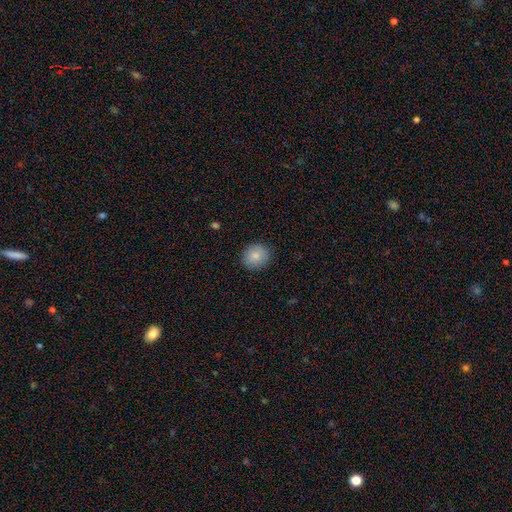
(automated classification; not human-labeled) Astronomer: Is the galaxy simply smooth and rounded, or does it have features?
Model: smooth — 84%.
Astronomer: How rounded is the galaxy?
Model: round — 77%.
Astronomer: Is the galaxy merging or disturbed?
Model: none — 88%.